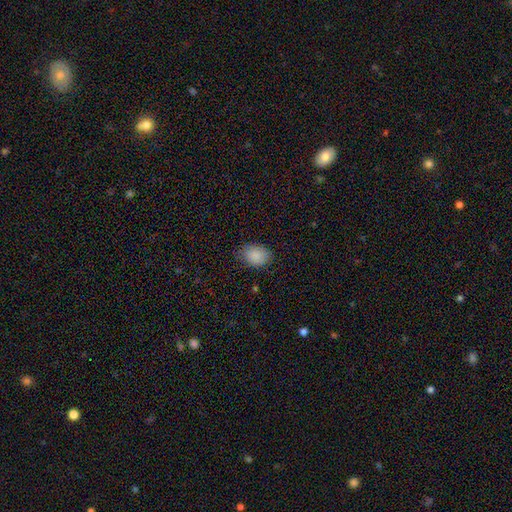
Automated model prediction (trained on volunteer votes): Smooth or featured: smooth — 88% (star or artifact — 7%)
How rounded: in between — 72% (round — 27%)
Merging: none — 75% (minor disturbance — 20%)